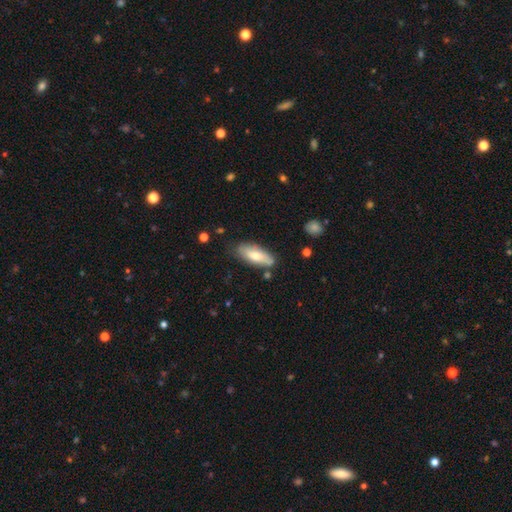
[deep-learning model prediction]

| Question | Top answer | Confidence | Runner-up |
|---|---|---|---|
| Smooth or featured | smooth | 69% | featured or disk (25%) |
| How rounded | in between | 75% | cigar-shaped (23%) |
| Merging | none | 74% | minor disturbance (18%) |